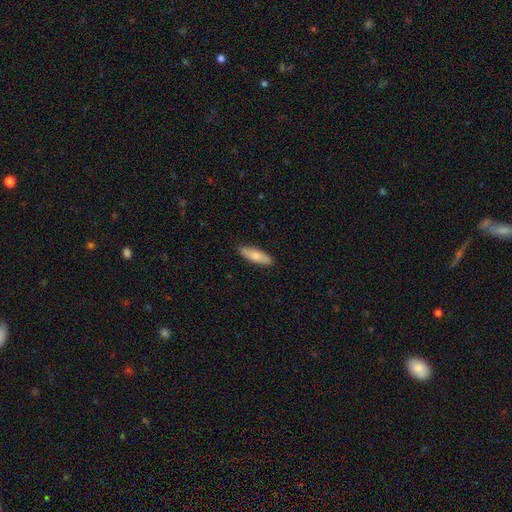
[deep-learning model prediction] Smooth or featured?
  - smooth: 73% *
  - featured or disk: 22%
  - star or artifact: 5%
How rounded?
  - cigar-shaped: 54% *
  - in between: 44%
  - round: 2%
Merging?
  - none: 88% *
  - minor disturbance: 9%
  - major disturbance: 2%
  - merger: 1%